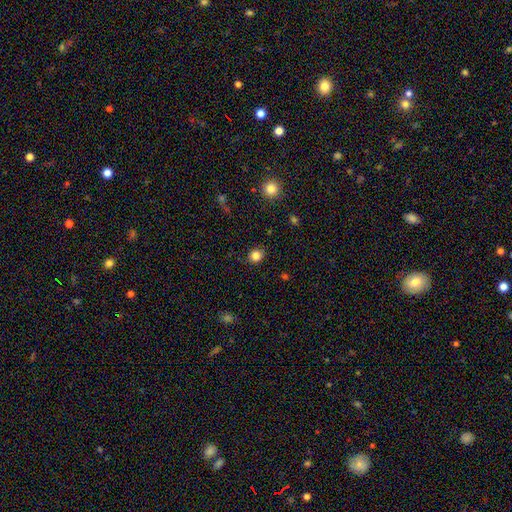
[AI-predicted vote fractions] Q: Smooth or featured?
A: smooth (83%); runner-up: star or artifact (12%)
Q: How rounded?
A: round (84%); runner-up: in between (15%)
Q: Merging?
A: none (89%); runner-up: minor disturbance (8%)